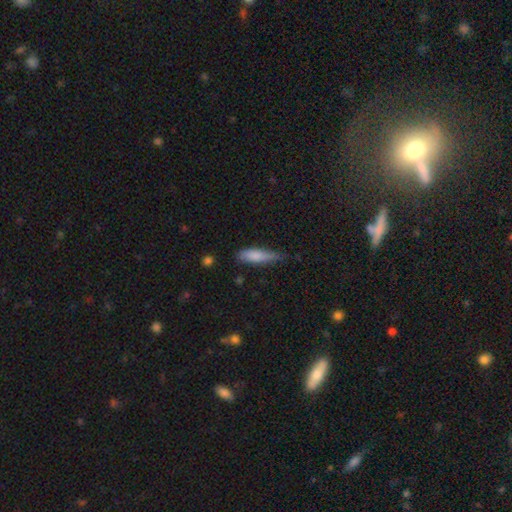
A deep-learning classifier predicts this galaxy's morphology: Overall: smooth (81%). How rounded: cigar-shaped (59%; in between 39%). Merging: none (50%; minor disturbance 39%).